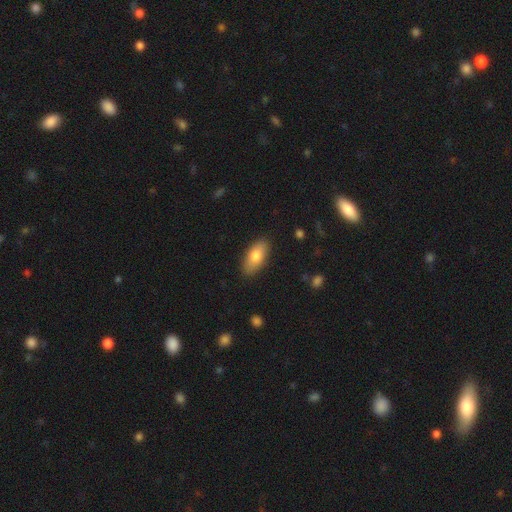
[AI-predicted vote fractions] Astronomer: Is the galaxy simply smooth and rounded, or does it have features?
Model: smooth — 77%.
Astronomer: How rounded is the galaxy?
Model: in between — 87%.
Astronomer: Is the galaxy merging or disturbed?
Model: none — 86%.